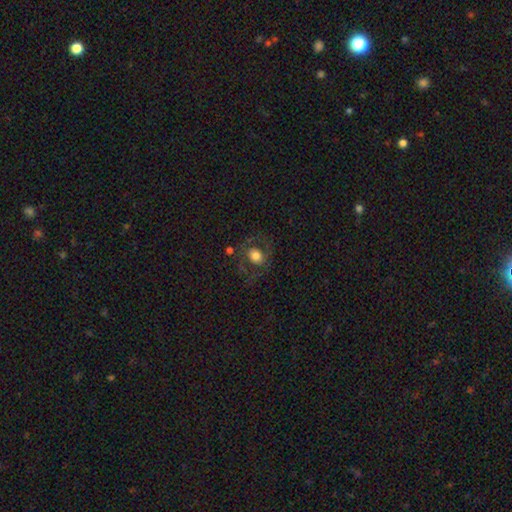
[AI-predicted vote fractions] Q: Smooth or featured?
A: smooth (57%); runner-up: featured or disk (33%)
Q: How rounded?
A: round (60%); runner-up: in between (39%)
Q: Merging?
A: none (68%); runner-up: minor disturbance (16%)